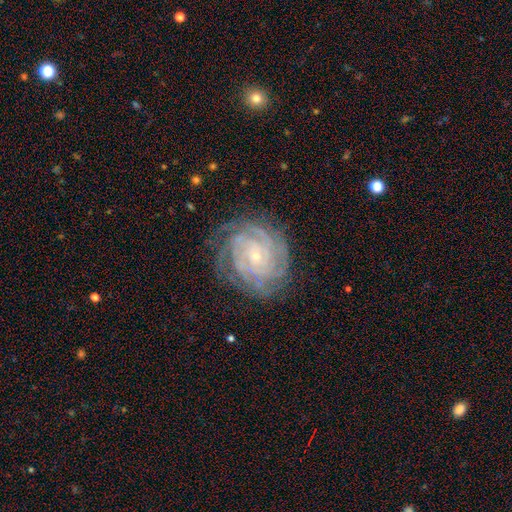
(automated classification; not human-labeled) Smooth or featured?
  - featured or disk: 88% *
  - star or artifact: 6%
  - smooth: 6%
Edge-on disk?
  - no: 97% *
  - yes: 3%
Bar?
  - no: 74% *
  - weak: 20%
  - strong: 7%
Spiral arms?
  - yes: 98% *
  - no: 2%
Spiral winding?
  - tight: 83% *
  - medium: 15%
  - loose: 2%
Spiral arm count?
  - 4: 27% *
  - can't tell: 23%
  - 3: 17%
  - more than 4: 16%
  - 2: 10%
  - 1: 7%
Bulge size?
  - small: 82% *
  - moderate: 15%
  - none: 2%
  - large: 1%
  - dominant: 1%
Merging?
  - none: 79% *
  - minor disturbance: 15%
  - major disturbance: 5%
  - merger: 1%